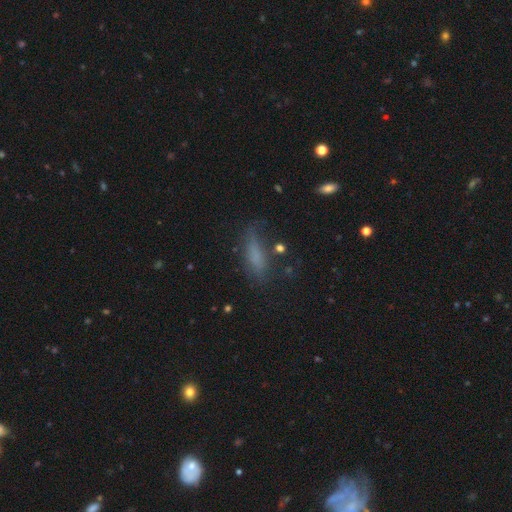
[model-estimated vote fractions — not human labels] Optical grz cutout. It shows a smooth galaxy with no disk features (69%) that is cigar-shaped (53%). Merging: none (62%).